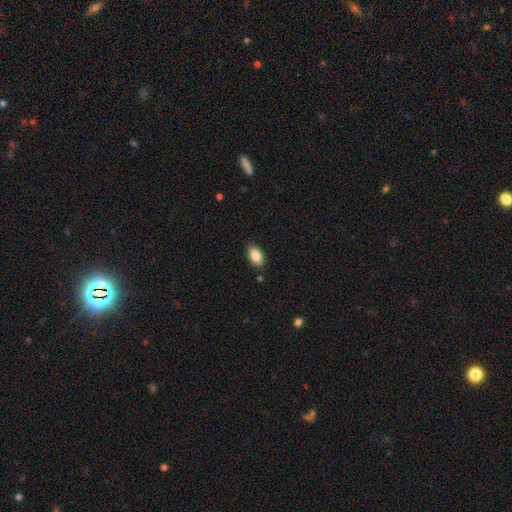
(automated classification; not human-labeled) smooth-or-featured: smooth: 85% | featured or disk: 8% | star or artifact: 7%
  how-rounded: in between: 93% | round: 5% | cigar-shaped: 2%
  merging: none: 85% | minor disturbance: 11% | major disturbance: 2% | merger: 2%